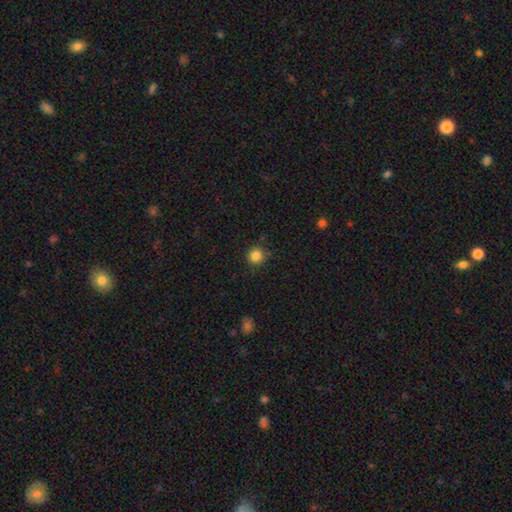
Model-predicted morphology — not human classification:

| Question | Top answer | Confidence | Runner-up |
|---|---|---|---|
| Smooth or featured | smooth | 86% | star or artifact (11%) |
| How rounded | round | 94% | in between (5%) |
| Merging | none | 89% | minor disturbance (8%) |